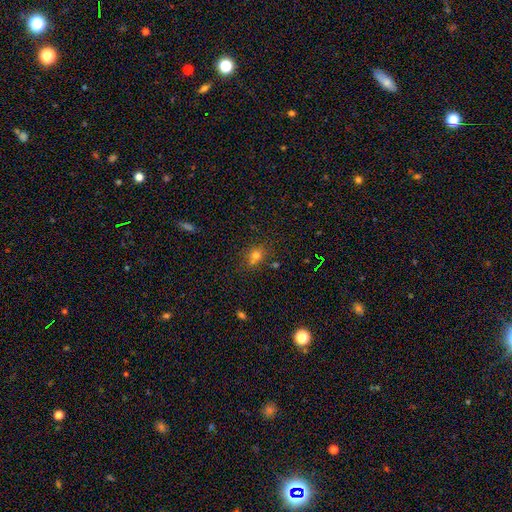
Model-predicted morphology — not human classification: A smooth galaxy with no disk features (69%) that is round (76%). Merging: none (59%).